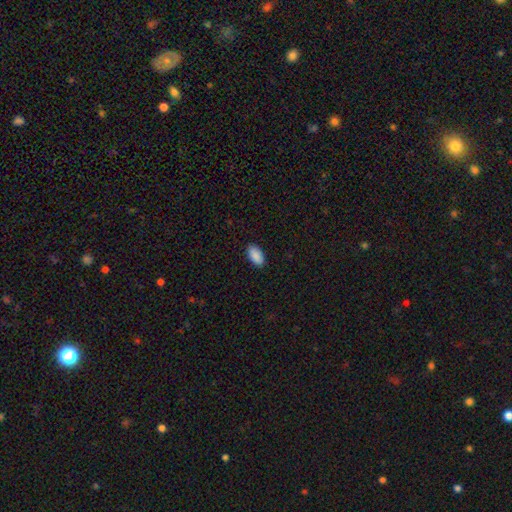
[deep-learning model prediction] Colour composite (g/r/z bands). It shows a smooth galaxy with no disk features (90%) that is in between round and cigar-shaped (95%). Merging: none (90%).